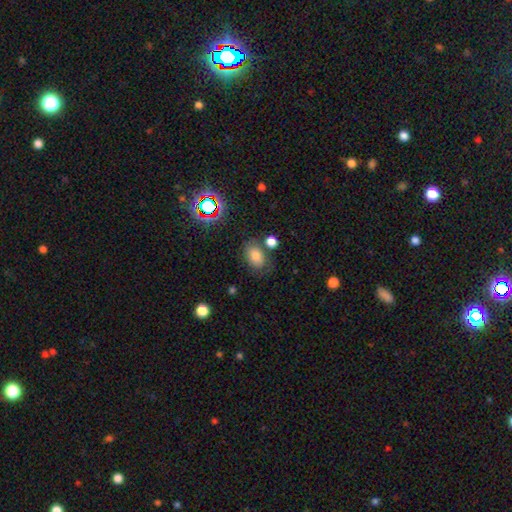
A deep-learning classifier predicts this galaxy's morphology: A smooth galaxy with no disk features (76%) that is in between round and cigar-shaped (78%). Merging: none (68%).